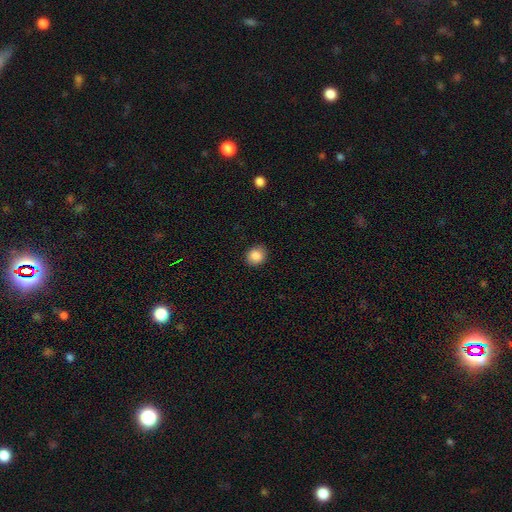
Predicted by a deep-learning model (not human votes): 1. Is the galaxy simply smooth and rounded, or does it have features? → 86% smooth, 9% star or artifact, 4% featured or disk.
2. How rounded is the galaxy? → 76% round, 23% in between, 1% cigar-shaped.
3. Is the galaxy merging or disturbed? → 90% none, 7% minor disturbance, 2% major disturbance, 1% merger.